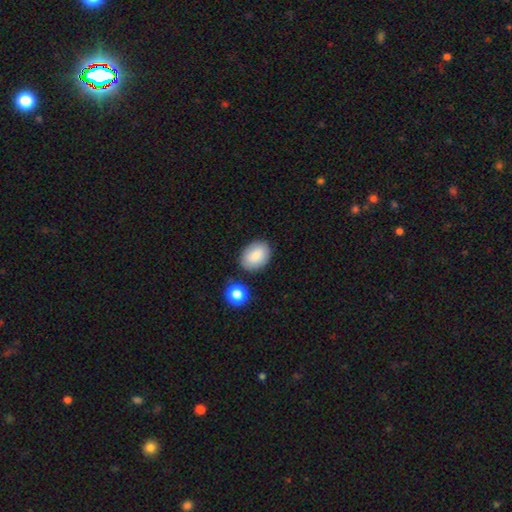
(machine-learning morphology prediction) Smooth or featured? smooth (86%)
How rounded? in between (78%)
Merging? none (80%)